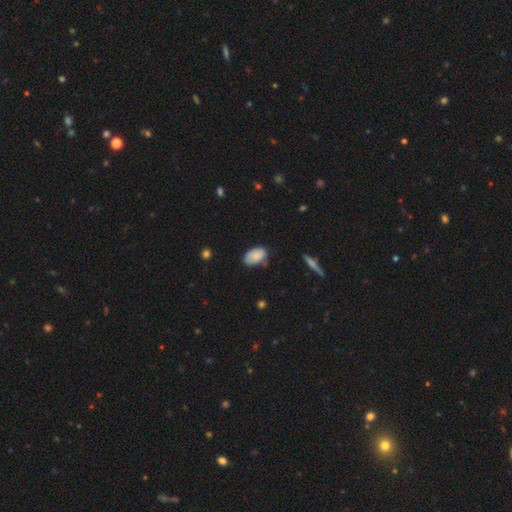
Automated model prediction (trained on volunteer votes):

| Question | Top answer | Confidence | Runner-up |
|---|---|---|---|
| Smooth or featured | smooth | 84% | featured or disk (9%) |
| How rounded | in between | 93% | round (5%) |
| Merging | none | 68% | minor disturbance (25%) |